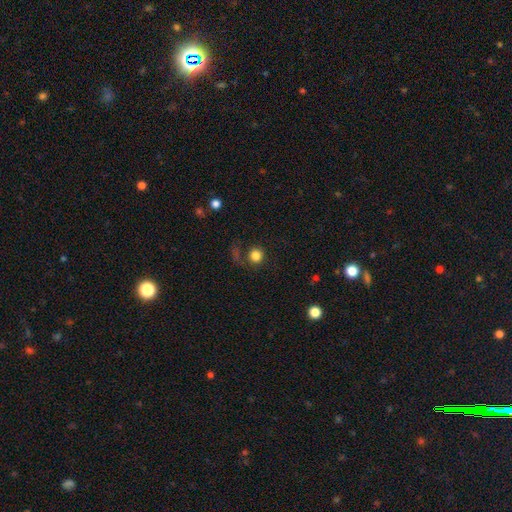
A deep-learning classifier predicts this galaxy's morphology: smooth_or_featured: smooth (p=0.81) [alt: star or artifact p=0.12]
how_rounded: round (p=0.91) [alt: in between p=0.08]
merging: none (p=0.73) [alt: minor disturbance p=0.12]